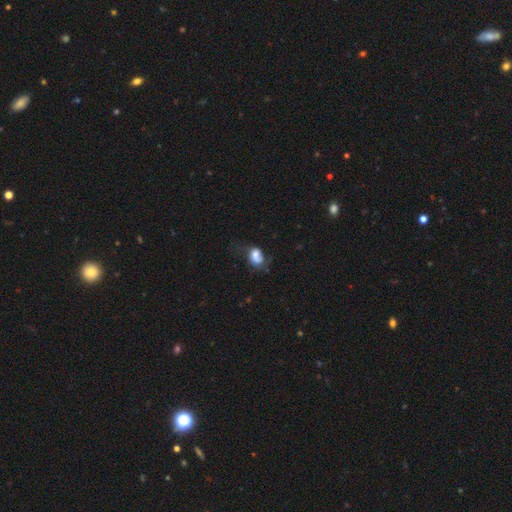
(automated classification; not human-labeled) Morphology: type=smooth (62%); roundness=in between (71%); merging=major disturbance (32%).